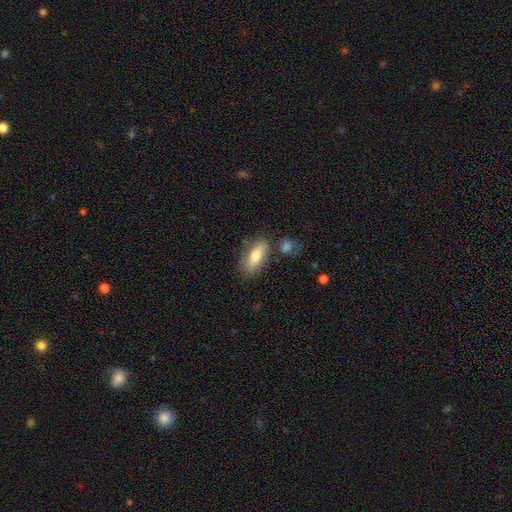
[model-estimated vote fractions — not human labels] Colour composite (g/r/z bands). It shows a smooth galaxy with no disk features (72%) that is in between round and cigar-shaped (72%). Merging: none (73%).